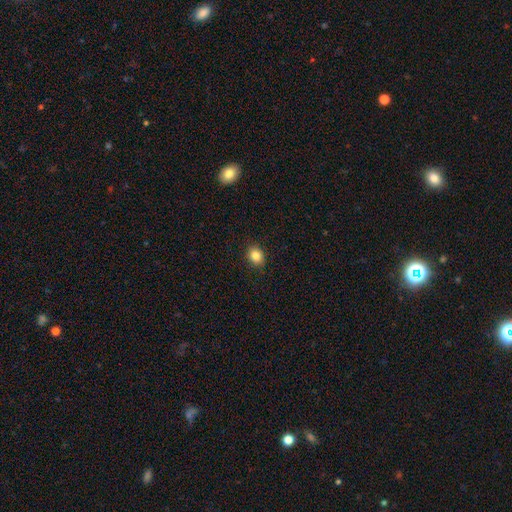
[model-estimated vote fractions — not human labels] Morphology: type=smooth (85%); roundness=round (56%); merging=none (90%).